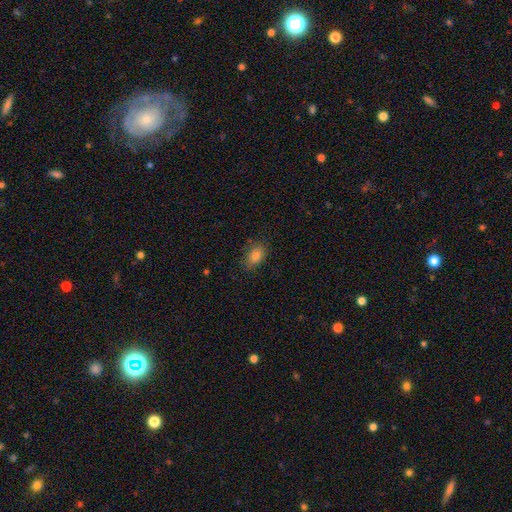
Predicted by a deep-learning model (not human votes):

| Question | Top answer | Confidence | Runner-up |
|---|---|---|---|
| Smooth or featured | smooth | 82% | star or artifact (10%) |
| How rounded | in between | 84% | round (13%) |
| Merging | none | 81% | minor disturbance (14%) |